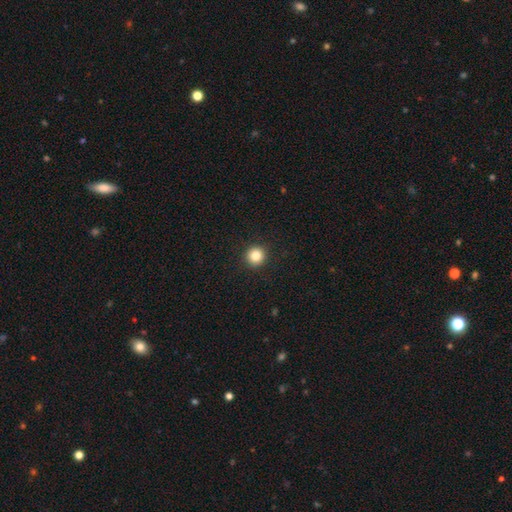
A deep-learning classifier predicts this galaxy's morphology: smooth-or-featured: smooth: 84% | star or artifact: 11% | featured or disk: 5%
  how-rounded: round: 95% | in between: 4% | cigar-shaped: 1%
  merging: none: 93% | minor disturbance: 5% | major disturbance: 2% | merger: 1%